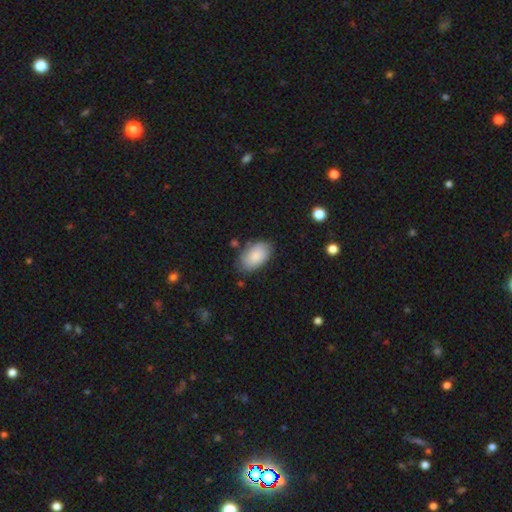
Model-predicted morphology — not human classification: smooth 87%, featured or disk 7%, star or artifact 6%. Down the decision tree: how rounded — in between (94%); merging — none (78%).